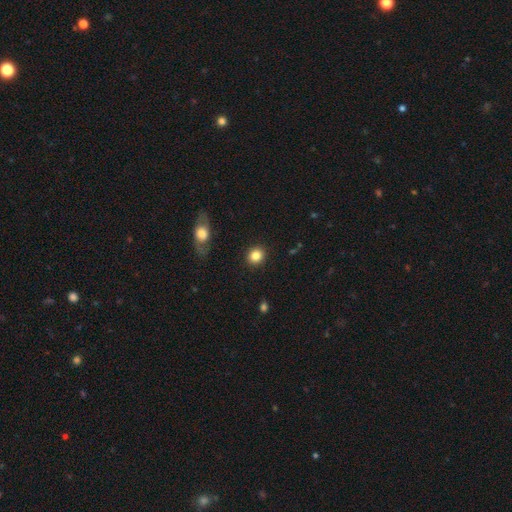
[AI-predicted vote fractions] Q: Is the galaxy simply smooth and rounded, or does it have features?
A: smooth — 84%.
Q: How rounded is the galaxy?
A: round — 85%.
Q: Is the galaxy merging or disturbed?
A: none — 91%.